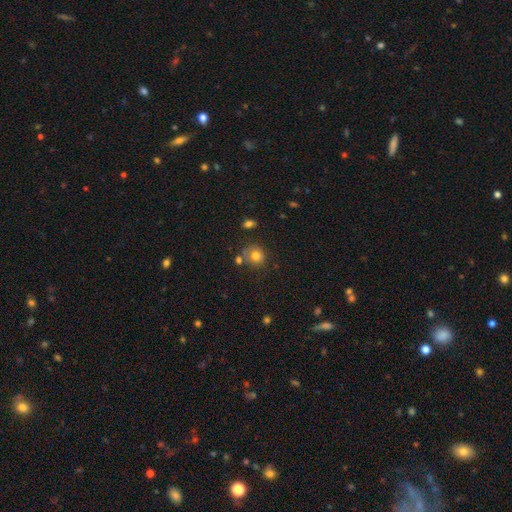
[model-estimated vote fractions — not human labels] smooth_or_featured: smooth (p=0.75) [alt: featured or disk p=0.13]
how_rounded: round (p=0.80) [alt: in between p=0.19]
merging: none (p=0.59) [alt: minor disturbance p=0.18]